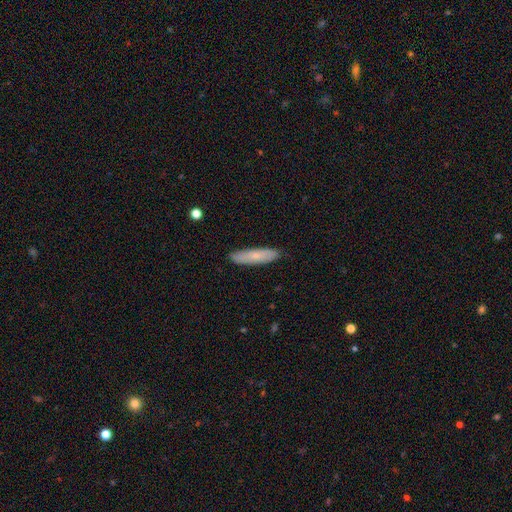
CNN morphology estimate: Smooth or featured? smooth (68%)
How rounded? cigar-shaped (76%)
Merging? none (87%)